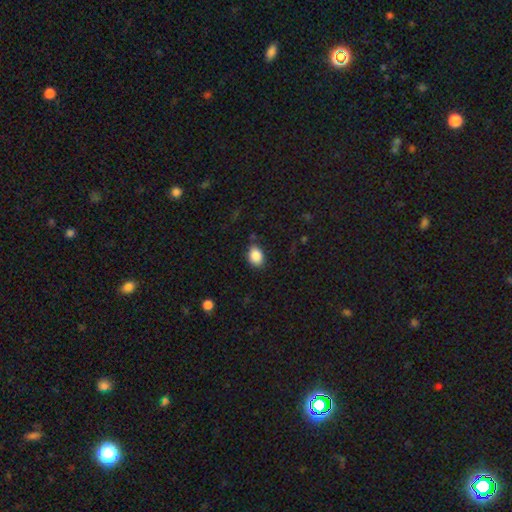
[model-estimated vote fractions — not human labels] Smooth or featured? Predicted: smooth (p=0.87). How rounded? Predicted: in between (p=0.72). Merging? Predicted: none (p=0.81).